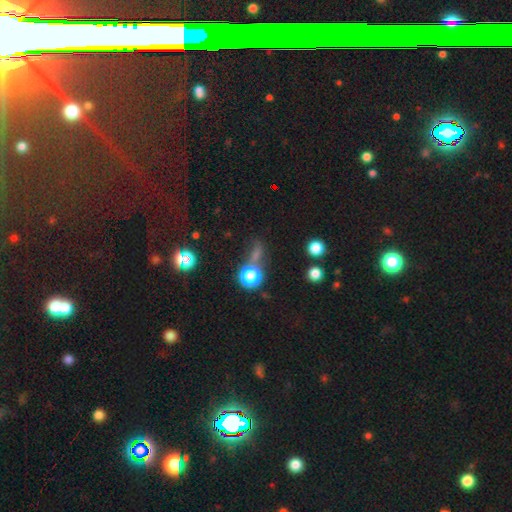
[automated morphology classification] A smooth galaxy with no disk features (51%) that is round (79%). Merging: none (59%).